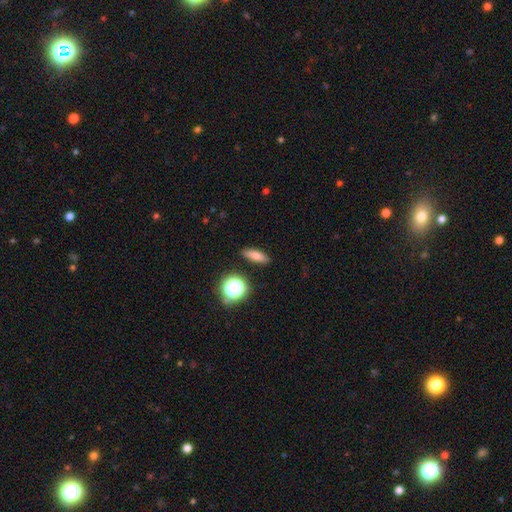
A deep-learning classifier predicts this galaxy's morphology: Overall: smooth (71%). How rounded: in between (47%; cigar-shaped 41%). Merging: none (87%).